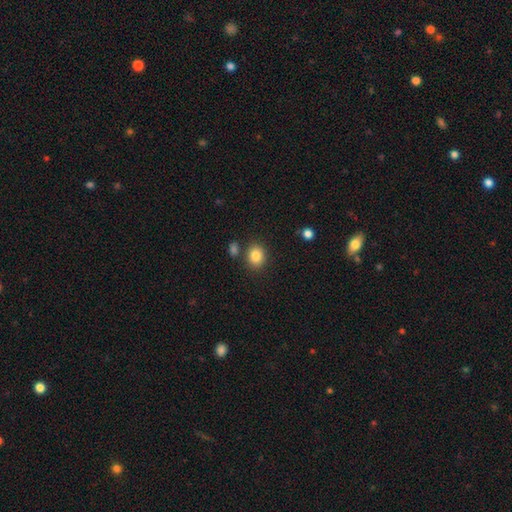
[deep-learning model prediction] A smooth galaxy with no disk features (84%) that is round (64%).

Vote fractions:
- Smooth or featured? smooth: 84% / star or artifact: 10% / featured or disk: 6%
- How rounded? round: 64% / in between: 35% / cigar-shaped: 1%
- Merging? none: 80% / minor disturbance: 10% / merger: 7% / major disturbance: 3%